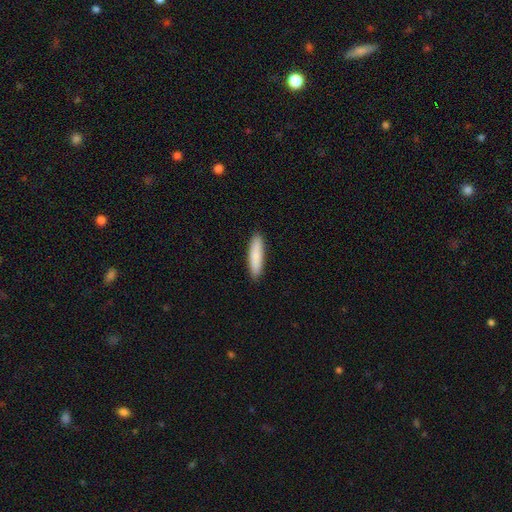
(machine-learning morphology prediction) A smooth galaxy with no disk features (87%) that is cigar-shaped (75%).

Vote fractions:
- Smooth or featured? smooth: 87% / featured or disk: 8% / star or artifact: 5%
- How rounded? cigar-shaped: 75% / in between: 24% / round: 1%
- Merging? none: 90% / minor disturbance: 7% / major disturbance: 1% / merger: 1%